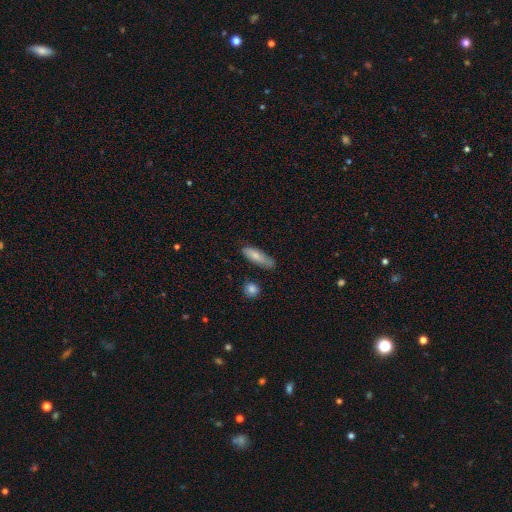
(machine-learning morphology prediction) type=smooth (76%); roundness=cigar-shaped (49%); merging=none (68%).